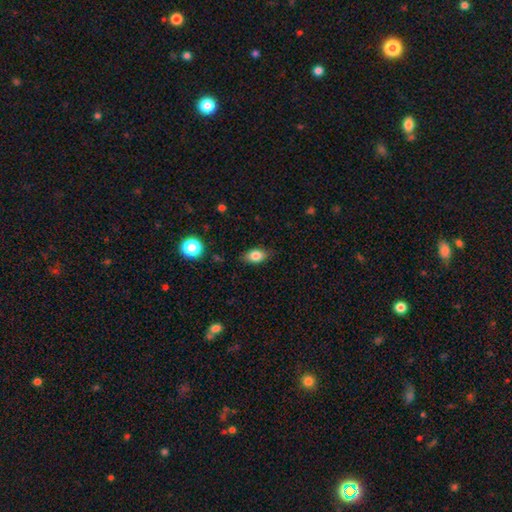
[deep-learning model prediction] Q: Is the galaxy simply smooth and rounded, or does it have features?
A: smooth — 82%.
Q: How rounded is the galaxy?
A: in between — 85%.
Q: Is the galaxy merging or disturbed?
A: none — 83%.